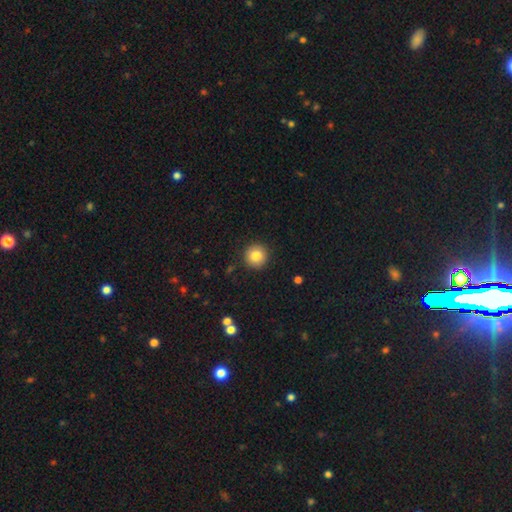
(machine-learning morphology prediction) Q: Smooth or featured?
A: smooth (84%); runner-up: star or artifact (10%)
Q: How rounded?
A: round (95%); runner-up: in between (4%)
Q: Merging?
A: none (92%); runner-up: minor disturbance (6%)